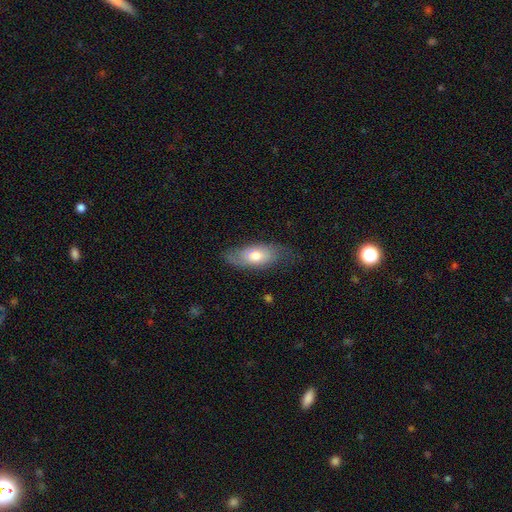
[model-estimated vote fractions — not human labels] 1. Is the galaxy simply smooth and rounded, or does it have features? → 61% smooth, 32% featured or disk, 6% star or artifact.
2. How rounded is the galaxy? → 82% in between, 14% cigar-shaped, 4% round.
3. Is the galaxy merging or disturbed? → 66% none, 25% minor disturbance, 8% major disturbance, 1% merger.